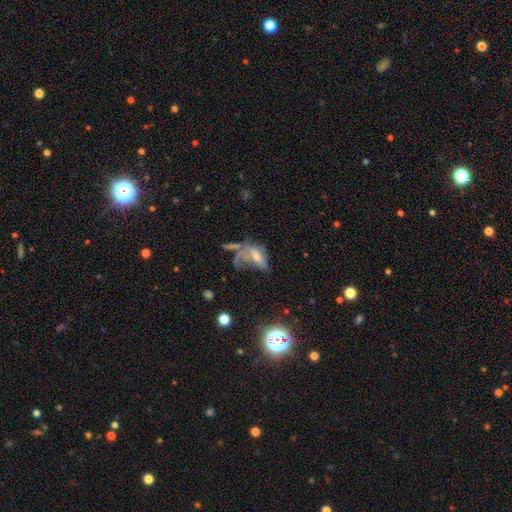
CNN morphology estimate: This is marginally a featured or disk galaxy (40%). Merging: marginally major disturbance (35%).